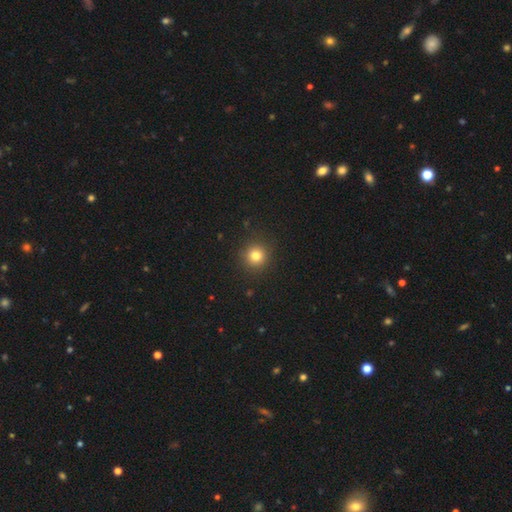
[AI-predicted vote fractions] Smooth or featured? smooth (80%)
How rounded? round (94%)
Merging? none (91%)